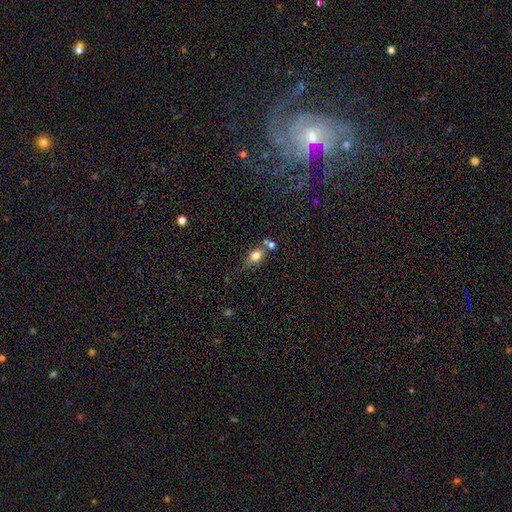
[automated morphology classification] Smooth or featured: smooth — 79% (featured or disk — 11%)
How rounded: in between — 69% (round — 29%)
Merging: none — 53% (merger — 28%)